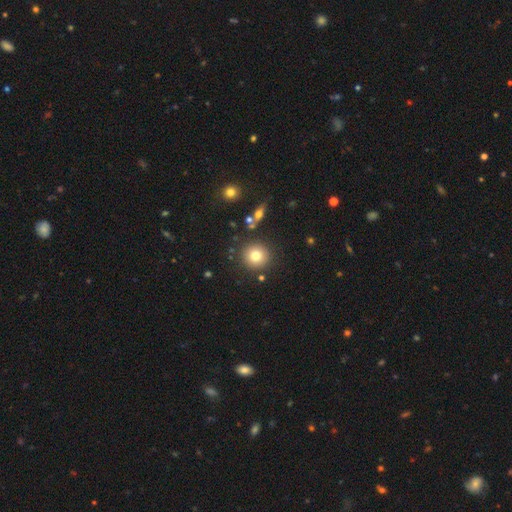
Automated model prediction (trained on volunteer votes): Smooth or featured? smooth (77%)
How rounded? round (93%)
Merging? none (88%)